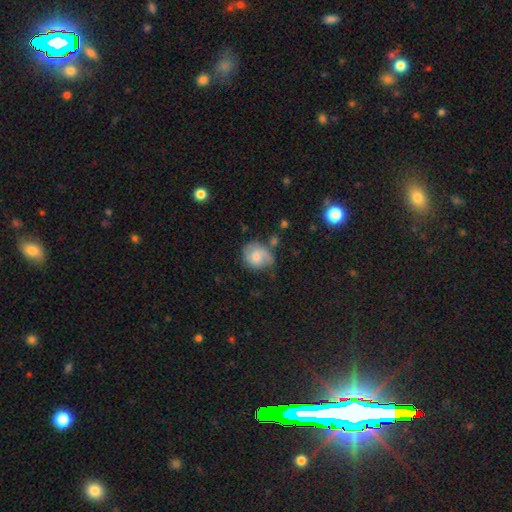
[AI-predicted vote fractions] Smooth or featured: featured or disk — 46% (tied with smooth — 46%)
Merging: none — 53% (minor disturbance — 29%)